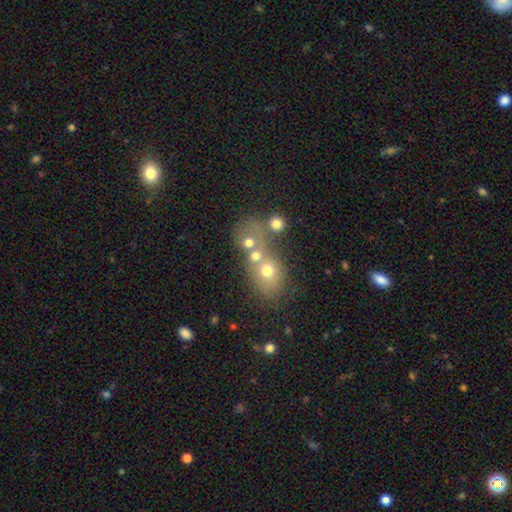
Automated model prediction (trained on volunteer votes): Smooth or featured: smooth — 61% (featured or disk — 23%)
How rounded: round — 64% (in between — 35%)
Merging: merger — 56% (none — 30%)